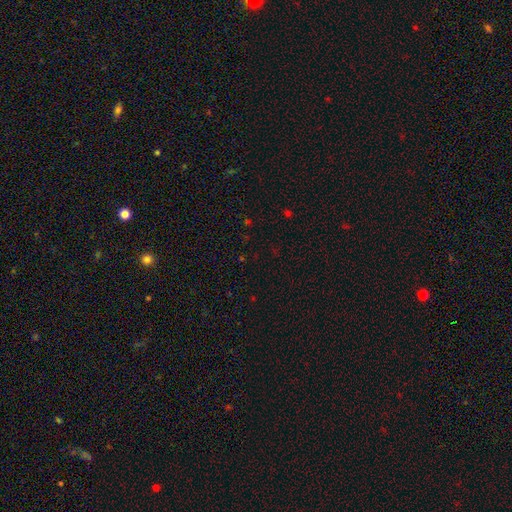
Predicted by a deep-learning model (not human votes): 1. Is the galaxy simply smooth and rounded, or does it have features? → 63% star or artifact, 30% smooth, 7% featured or disk.